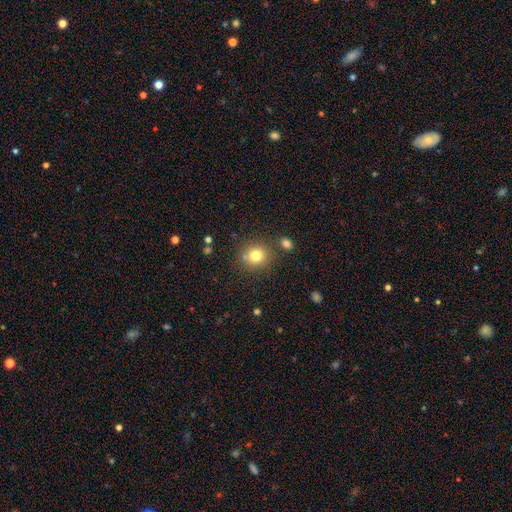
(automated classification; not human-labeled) smooth 78%, star or artifact 12%, featured or disk 9%. Down the decision tree: how rounded — round (87%); merging — none (78%).